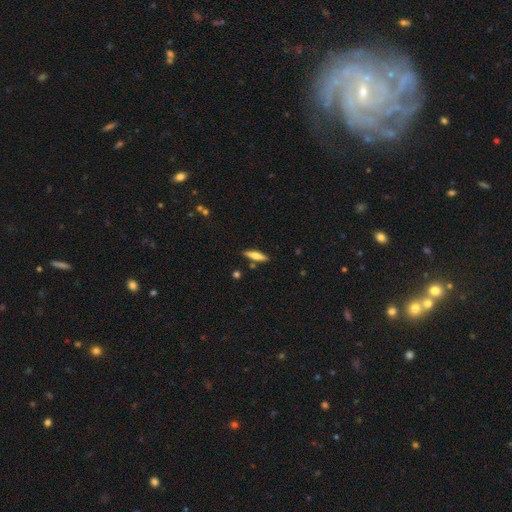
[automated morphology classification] The model was most divided on "smooth or featured": smooth: 61%, featured or disk: 32%, star or artifact: 6%. More confident: merging — none (83%); how rounded — cigar-shaped (75%).